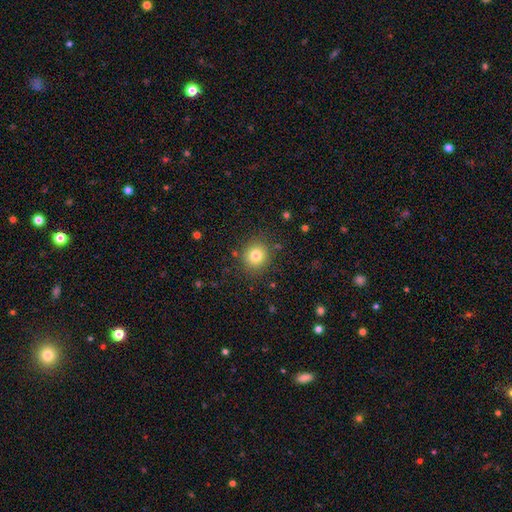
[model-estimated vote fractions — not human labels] Morphology: type=smooth (81%); roundness=round (86%); merging=none (87%).